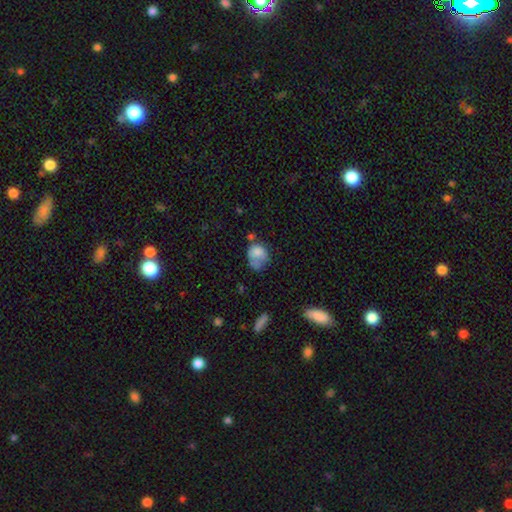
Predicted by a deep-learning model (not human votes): Smooth or featured? smooth (73%)
How rounded? round (51%)
Merging? none (32%)